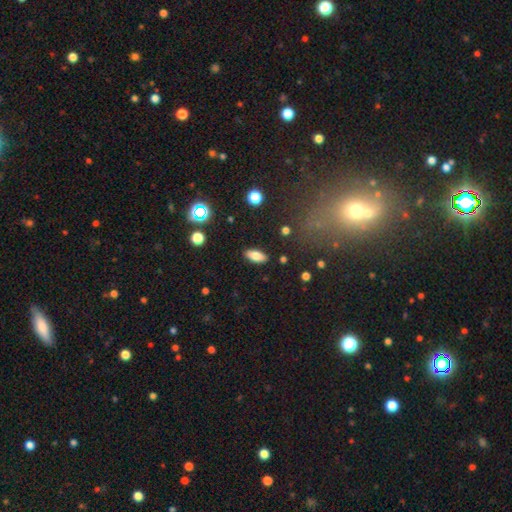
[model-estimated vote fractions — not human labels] smooth-or-featured: smooth: 78% | featured or disk: 13% | star or artifact: 9%
  how-rounded: in between: 84% | cigar-shaped: 14% | round: 3%
  merging: none: 87% | minor disturbance: 9% | major disturbance: 2% | merger: 2%